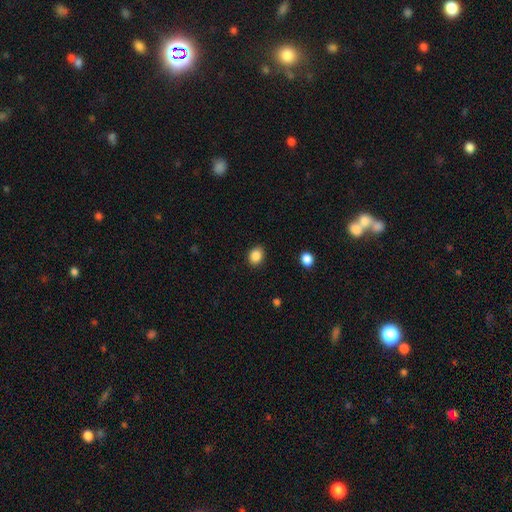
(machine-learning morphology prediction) Smooth or featured: smooth — 87% (star or artifact — 10%)
How rounded: round — 52% (in between — 48%)
Merging: none — 88% (minor disturbance — 8%)